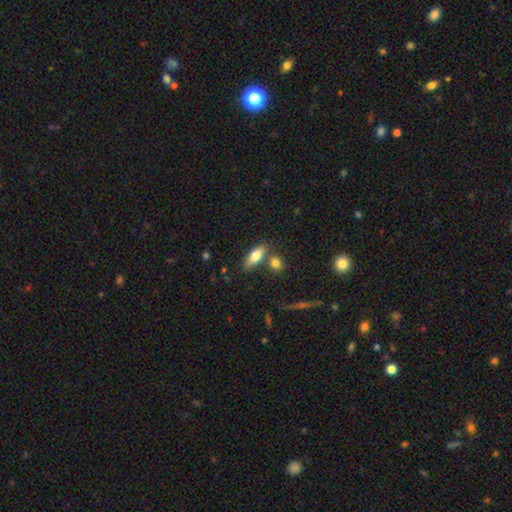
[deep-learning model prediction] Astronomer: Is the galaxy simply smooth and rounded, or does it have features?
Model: smooth — 70%.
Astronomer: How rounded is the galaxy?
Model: in between — 65%.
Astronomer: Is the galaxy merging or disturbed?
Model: none — 66%.